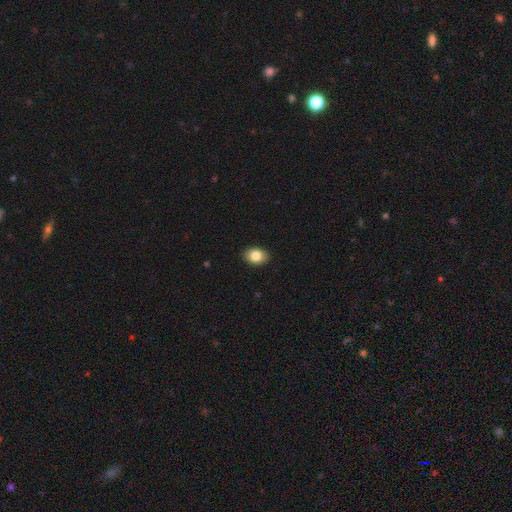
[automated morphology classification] Q: Smooth or featured?
A: smooth (84%); runner-up: star or artifact (8%)
Q: How rounded?
A: in between (77%); runner-up: round (22%)
Q: Merging?
A: none (90%); runner-up: minor disturbance (8%)